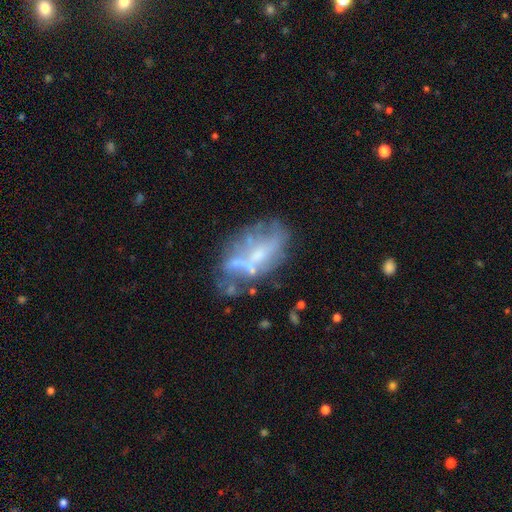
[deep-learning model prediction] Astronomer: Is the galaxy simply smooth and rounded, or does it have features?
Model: featured or disk — 61%.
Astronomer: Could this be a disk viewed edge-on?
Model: no — 92%.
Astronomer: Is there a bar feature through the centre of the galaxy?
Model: no — 70%.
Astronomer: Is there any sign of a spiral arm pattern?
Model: no — 82%.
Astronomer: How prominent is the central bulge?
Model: small — 35% (runner-up: none, 34%).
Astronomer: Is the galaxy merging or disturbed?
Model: none — 41% (runner-up: major disturbance, 23%).